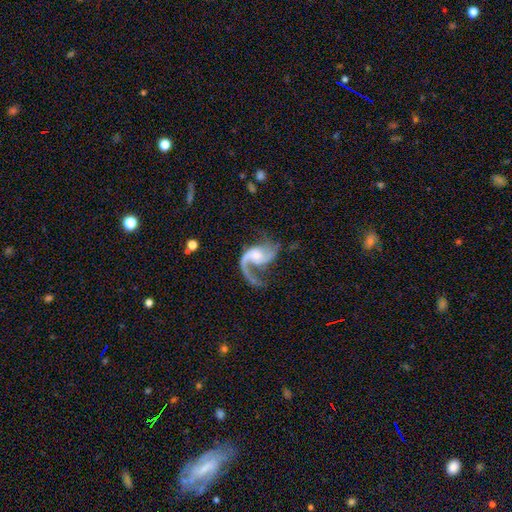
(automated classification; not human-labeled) A featured or disk galaxy (89%) with no bar (52%), 2 (67%) loose (65%) spiral arms (97%) and a small central bulge (49%).

Vote fractions:
- Smooth or featured? featured or disk: 89% / smooth: 6% / star or artifact: 5%
- Edge-on disk? no: 98% / yes: 2%
- Bar? no: 52% / weak: 37% / strong: 11%
- Spiral arms? yes: 97% / no: 3%
- Spiral winding? loose: 65% / medium: 30% / tight: 5%
- Spiral arm count? 2: 67% / 1: 25% / 3: 3% / can't tell: 2% / 4: 1% / more than 4: 1%
- Bulge size? small: 49% / moderate: 33% / none: 10% / large: 5% / dominant: 2%
- Merging? none: 50% / major disturbance: 30% / minor disturbance: 17% / merger: 4%